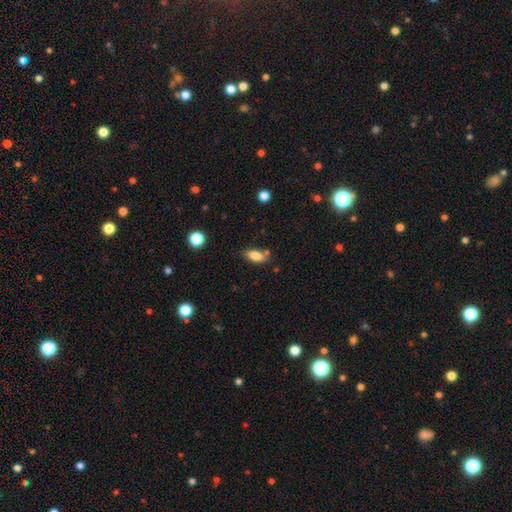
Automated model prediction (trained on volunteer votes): smooth 81%, featured or disk 11%, star or artifact 8%. Down the decision tree: how rounded — in between (84%); merging — none (71%).